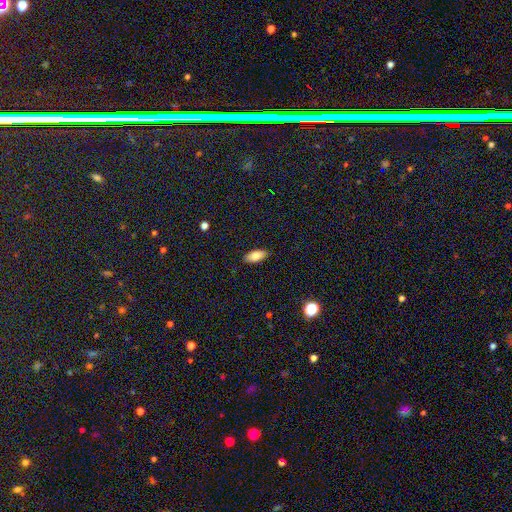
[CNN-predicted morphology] This is clearly a smooth galaxy (82%). How rounded: clearly in between (87%). Merging: clearly none (87%).